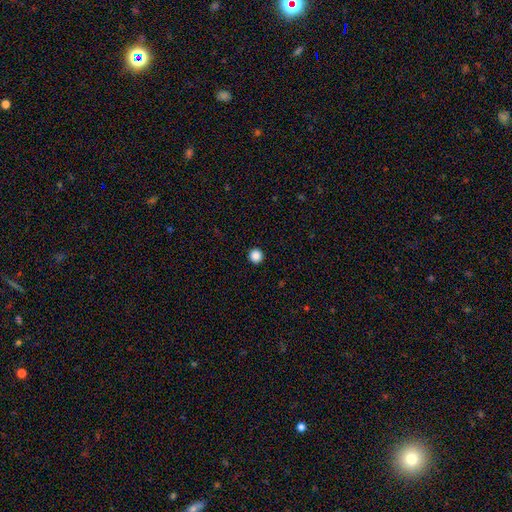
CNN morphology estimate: Smooth or featured? Predicted: smooth (p=0.87). How rounded? Predicted: round (p=0.96). Merging? Predicted: none (p=0.94).